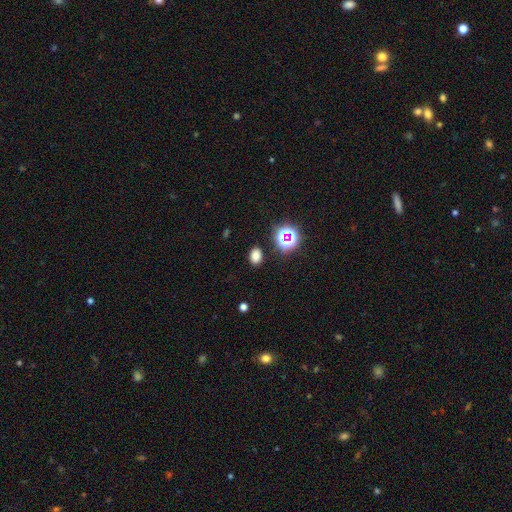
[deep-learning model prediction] Smooth or featured? Predicted: smooth (p=0.74). How rounded? Predicted: in between (p=0.71). Merging? Predicted: none (p=0.87).